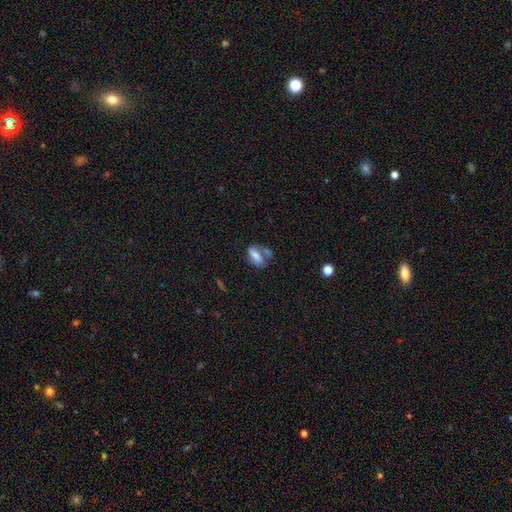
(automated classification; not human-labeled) Smooth or featured: smooth — 59% (featured or disk — 30%)
How rounded: in between — 78% (cigar-shaped — 16%)
Merging: none — 38% (merger — 27%)